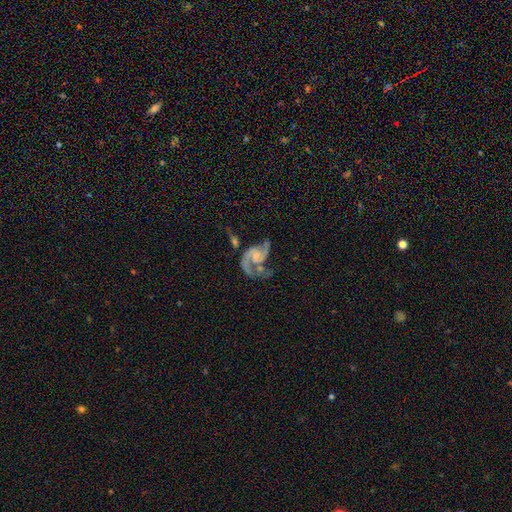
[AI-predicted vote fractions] Morphology: type=featured or disk (88%); edge-on=no (98%); bar=no (62%); spiral arms=yes (96%); winding=medium (50%); arm count=2 (84%); bulge=small (51%); merging=none (37%).